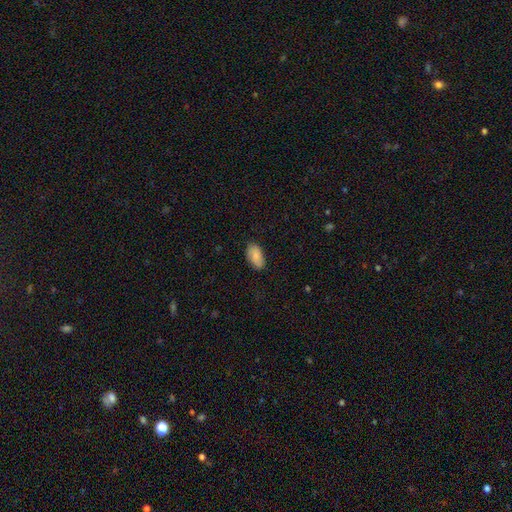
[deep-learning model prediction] This appears to be a smooth galaxy with no disk features (84%) that is in between round and cigar-shaped (94%). Merging: none (82%).